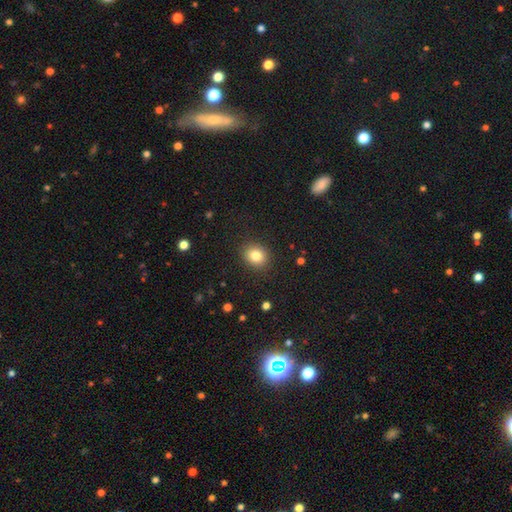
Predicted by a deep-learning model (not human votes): The model was most divided on "how rounded": round: 66%, in between: 33%, cigar-shaped: 1%. More confident: merging — none (89%); smooth or featured — smooth (82%).